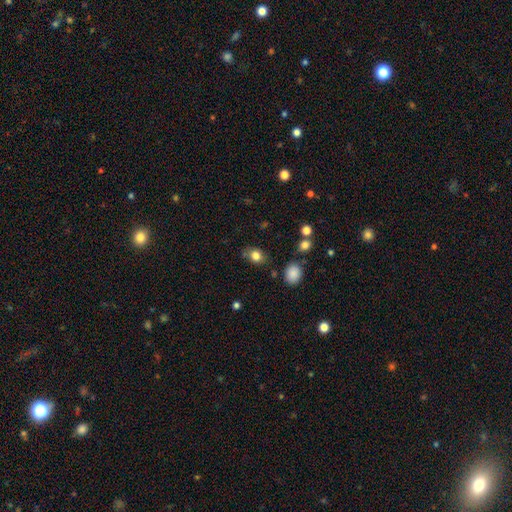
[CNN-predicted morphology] A smooth galaxy with no disk features (82%) that is in between round and cigar-shaped (54%).

Vote fractions:
- Smooth or featured? smooth: 82% / star or artifact: 11% / featured or disk: 8%
- How rounded? in between: 54% / round: 44% / cigar-shaped: 1%
- Merging? none: 75% / minor disturbance: 17% / major disturbance: 4% / merger: 4%